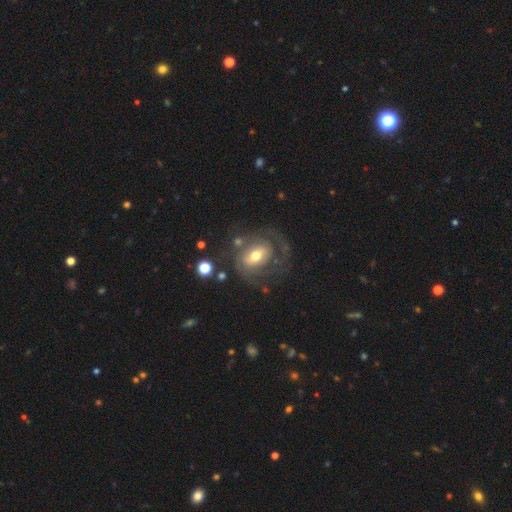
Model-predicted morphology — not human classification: Smooth or featured? featured or disk (71%)
Edge-on disk? no (96%)
Bar? weak (43%)
Spiral arms? yes (82%)
Spiral winding? tight (41%)
Spiral arm count? 2 (47%)
Bulge size? moderate (67%)
Merging? none (51%)